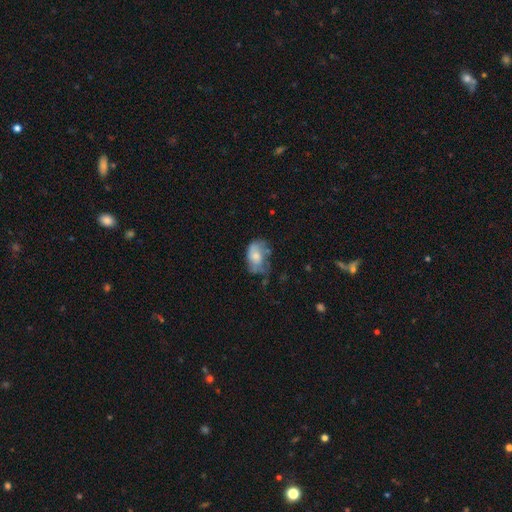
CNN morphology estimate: Overall: smooth (58%; featured or disk 34%). How rounded: in between (82%). Merging: none (35%; minor disturbance 34%).